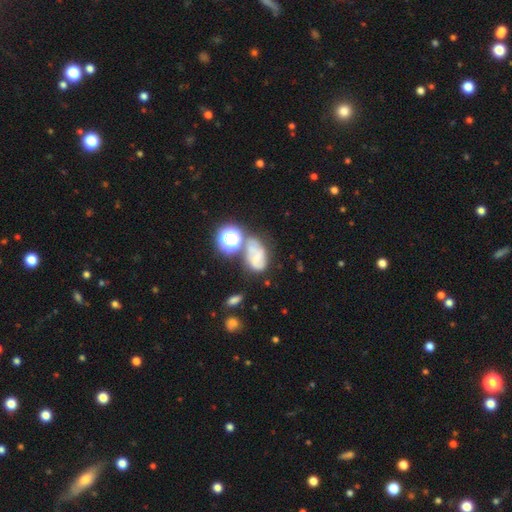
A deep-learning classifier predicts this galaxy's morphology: Smooth or featured?
  - smooth: 42% *
  - featured or disk: 35%
  - star or artifact: 23%
Merging?
  - none: 38% *
  - merger: 26%
  - minor disturbance: 22%
  - major disturbance: 14%